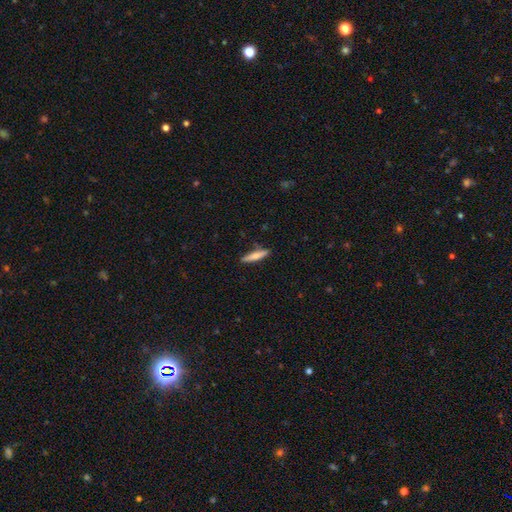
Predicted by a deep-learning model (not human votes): A smooth galaxy with no disk features (71%) that is cigar-shaped (87%).

Vote fractions:
- Smooth or featured? smooth: 71% / featured or disk: 23% / star or artifact: 6%
- How rounded? cigar-shaped: 87% / in between: 12% / round: 2%
- Merging? none: 85% / minor disturbance: 11% / major disturbance: 2% / merger: 2%